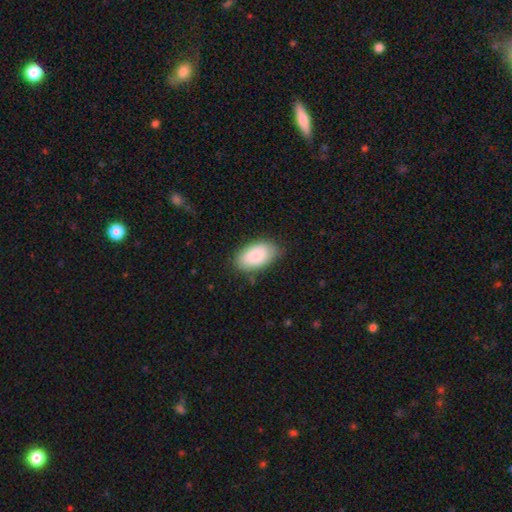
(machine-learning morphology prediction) A smooth galaxy with no disk features (84%) that is in between round and cigar-shaped (95%). Merging: none (79%).